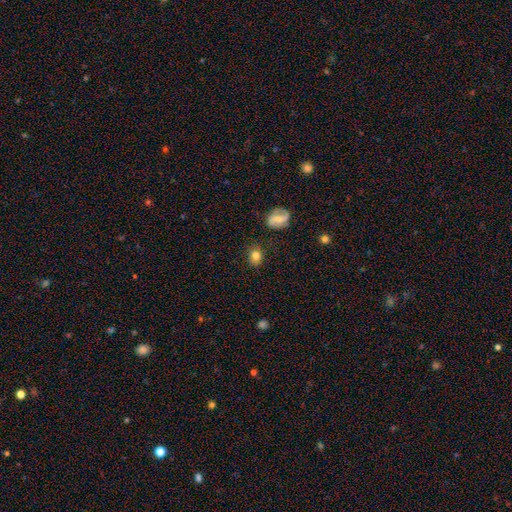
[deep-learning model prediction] Smooth or featured?
  - smooth: 80% *
  - featured or disk: 11%
  - star or artifact: 10%
How rounded?
  - round: 55% *
  - in between: 44%
  - cigar-shaped: 1%
Merging?
  - none: 83% *
  - minor disturbance: 12%
  - major disturbance: 3%
  - merger: 2%